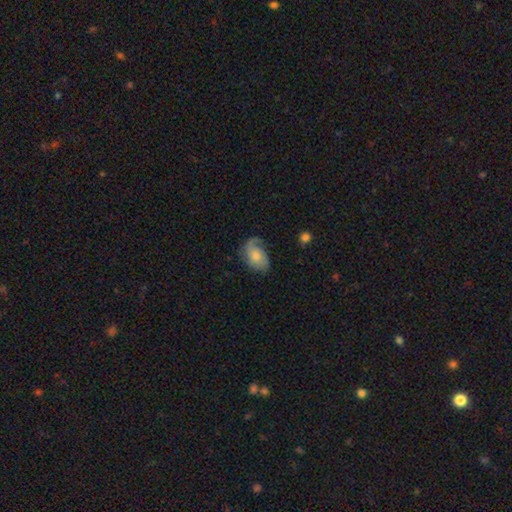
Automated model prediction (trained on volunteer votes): Smooth or featured: featured or disk — 51% (smooth — 43%)
Edge-on disk: no — 96% (yes — 4%)
Merging: none — 54% (minor disturbance — 27%)